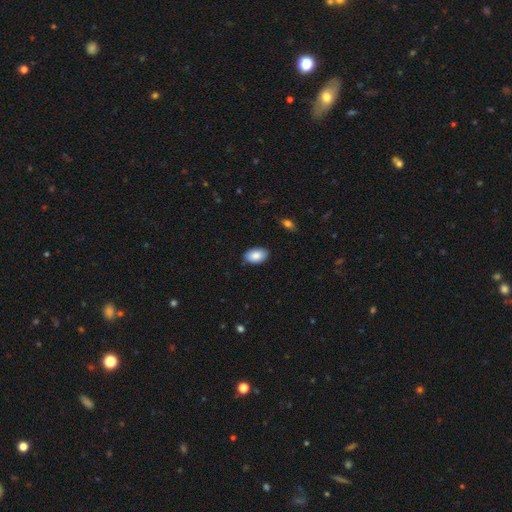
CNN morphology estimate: This is clearly a smooth galaxy (88%). How rounded: clearly in between (93%). Merging: clearly none (87%).